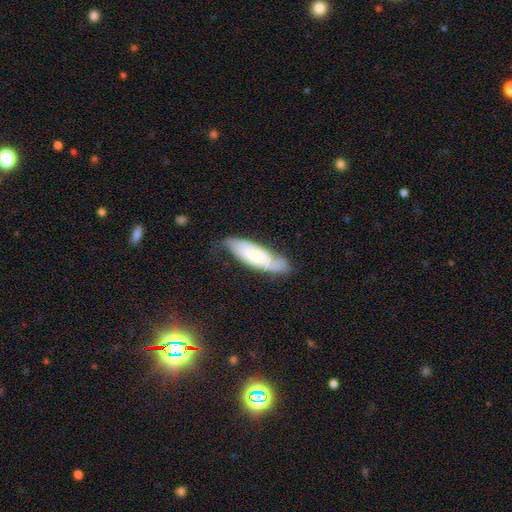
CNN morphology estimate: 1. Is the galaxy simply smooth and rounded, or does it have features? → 57% featured or disk, 37% smooth, 6% star or artifact.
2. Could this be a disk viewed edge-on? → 78% no, 22% yes.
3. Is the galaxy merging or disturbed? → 62% none, 27% minor disturbance, 9% major disturbance, 2% merger.